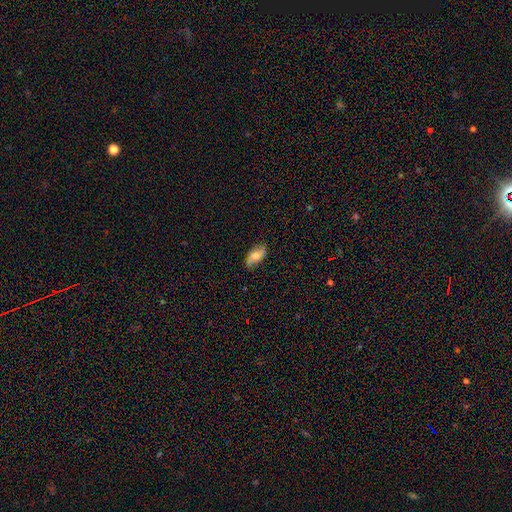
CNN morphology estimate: This appears to be a smooth galaxy with no disk features (59%) that is in between round and cigar-shaped (91%). Merging: none (74%).